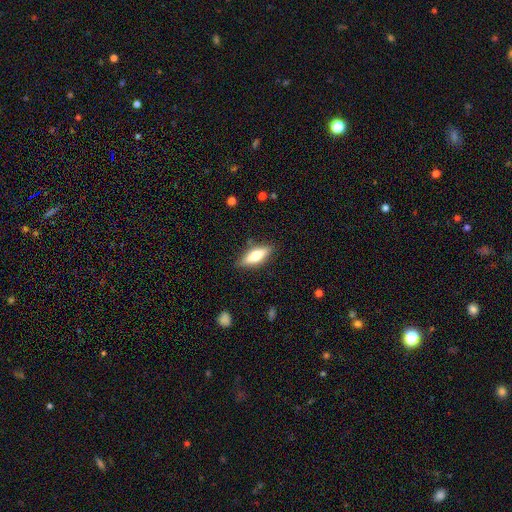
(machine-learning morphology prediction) A smooth galaxy with no disk features (61%) that is in between round and cigar-shaped (59%). Merging: none (84%).